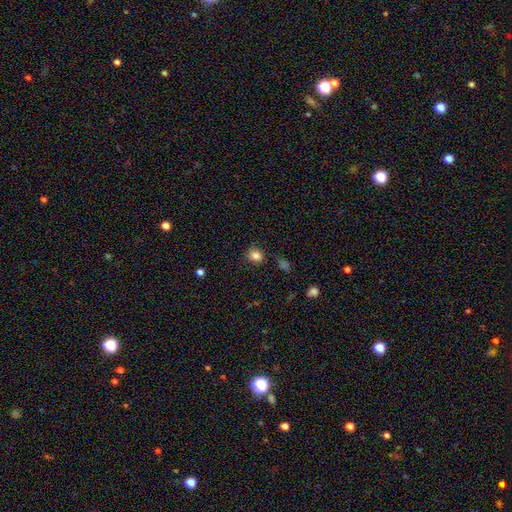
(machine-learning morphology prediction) A smooth galaxy with no disk features (84%) that is round (76%). Merging: none (82%).